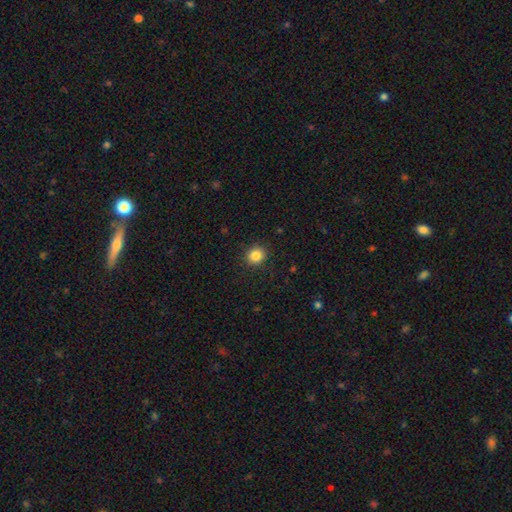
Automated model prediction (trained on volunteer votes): Morphology: type=smooth (84%); roundness=round (86%); merging=none (91%).